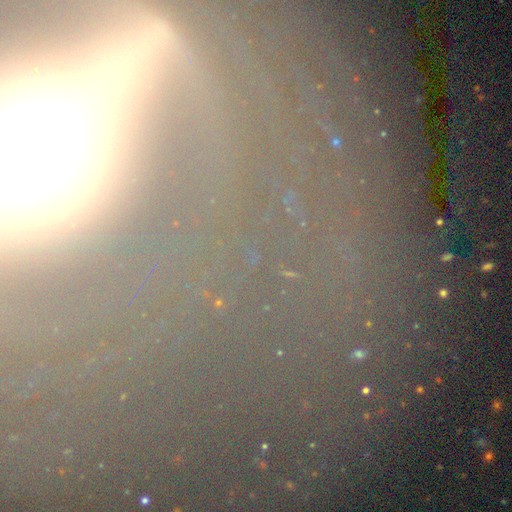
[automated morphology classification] A star or artifact, not a galaxy (71%).

Vote fractions:
- Smooth or featured? star or artifact: 71% / smooth: 18% / featured or disk: 11%